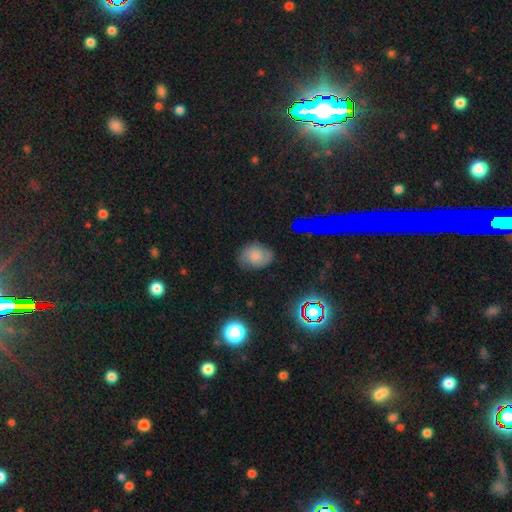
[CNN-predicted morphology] Smooth or featured: smooth — 57% (featured or disk — 29%)
How rounded: in between — 55% (round — 44%)
Merging: none — 69% (minor disturbance — 23%)